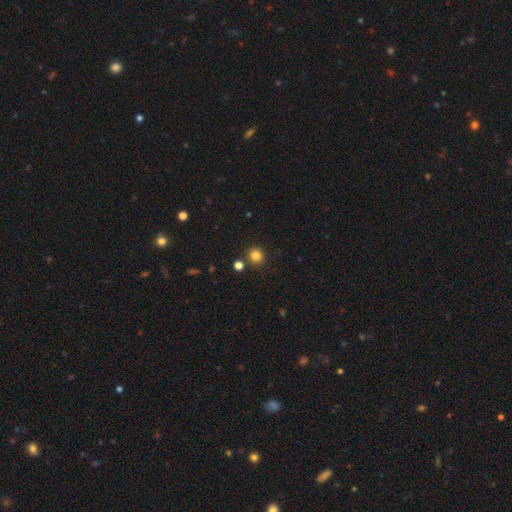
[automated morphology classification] The model was most divided on "smooth or featured": smooth: 83%, star or artifact: 13%, featured or disk: 4%. More confident: how rounded — round (92%); merging — none (85%).